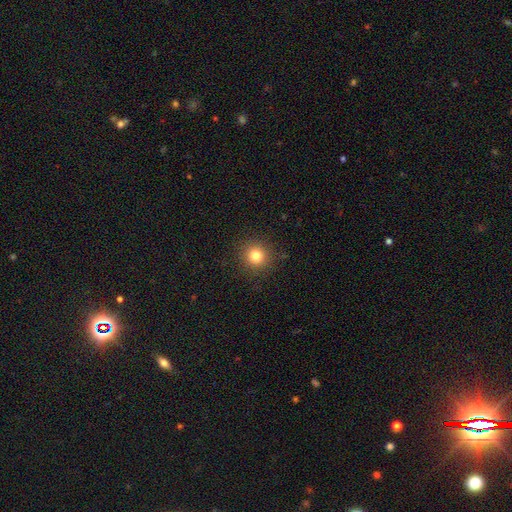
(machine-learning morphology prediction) Smooth or featured: smooth — 80% (star or artifact — 13%)
How rounded: round — 94% (in between — 5%)
Merging: none — 90% (minor disturbance — 6%)